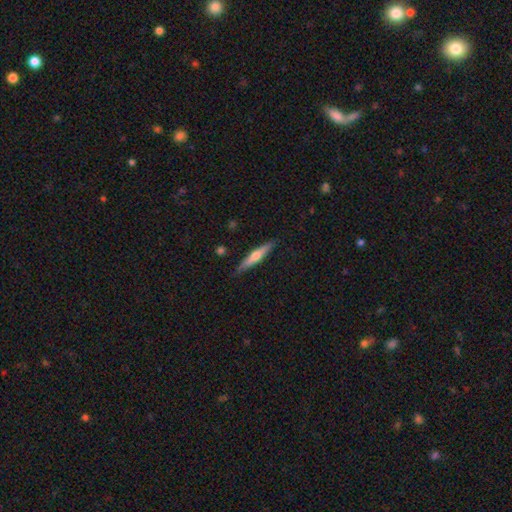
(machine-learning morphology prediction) Smooth or featured? featured or disk (52%)
Edge-on disk? yes (95%)
Merging? none (86%)